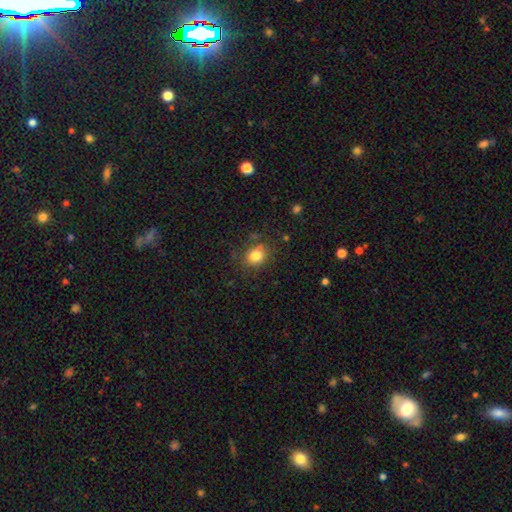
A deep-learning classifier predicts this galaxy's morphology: smooth_or_featured: smooth (p=0.82) [alt: star or artifact p=0.11]
how_rounded: round (p=0.60) [alt: in between p=0.39]
merging: none (p=0.77) [alt: minor disturbance p=0.15]